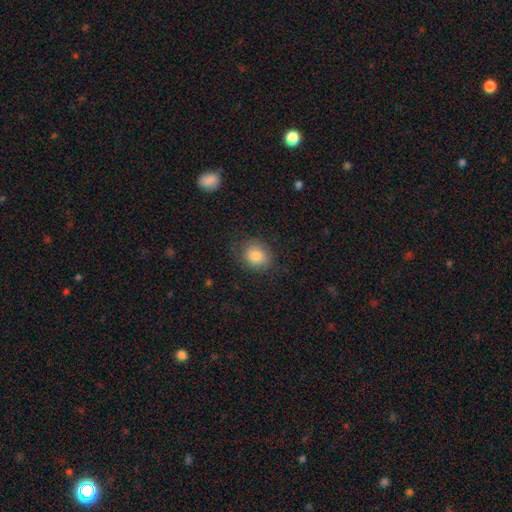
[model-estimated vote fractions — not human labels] Smooth or featured? Predicted: smooth (p=0.82). How rounded? Predicted: round (p=0.67). Merging? Predicted: none (p=0.79).